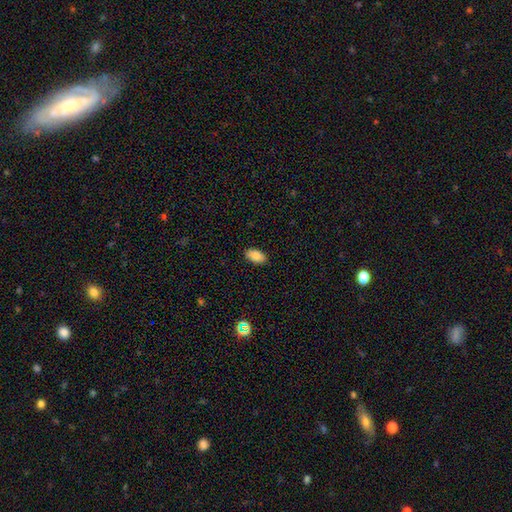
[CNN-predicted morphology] Q: Smooth or featured?
A: smooth (86%); runner-up: star or artifact (8%)
Q: How rounded?
A: in between (93%); runner-up: round (5%)
Q: Merging?
A: none (88%); runner-up: minor disturbance (9%)